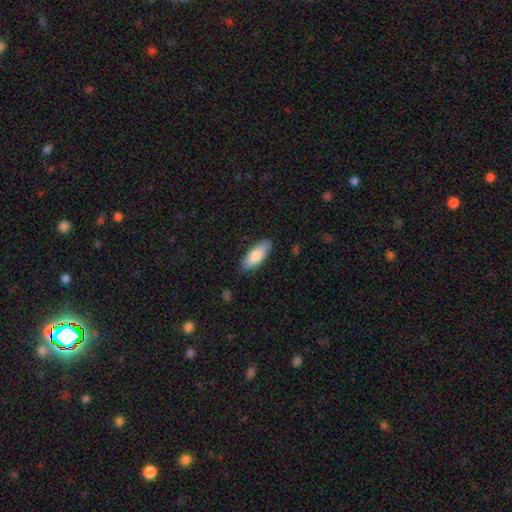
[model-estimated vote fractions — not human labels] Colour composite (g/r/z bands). It shows a smooth galaxy with no disk features (81%) that is in between round and cigar-shaped (77%). Merging: none (85%).